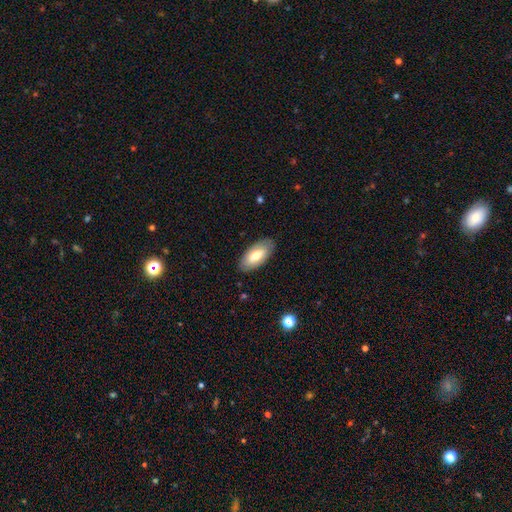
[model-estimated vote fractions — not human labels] A smooth galaxy with no disk features (70%) that is in between round and cigar-shaped (91%). Merging: none (86%).